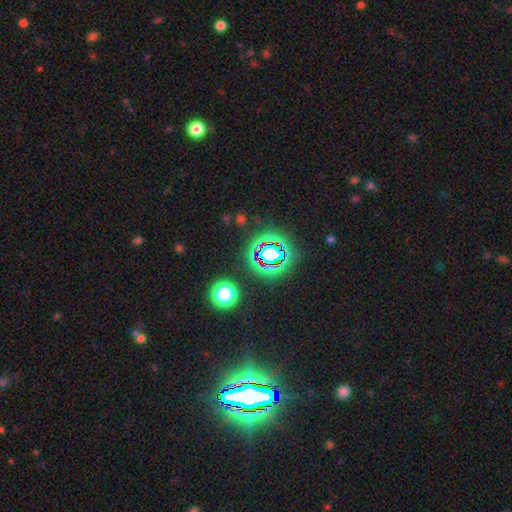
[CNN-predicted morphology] This appears to be a star or artifact, not a galaxy (80%).